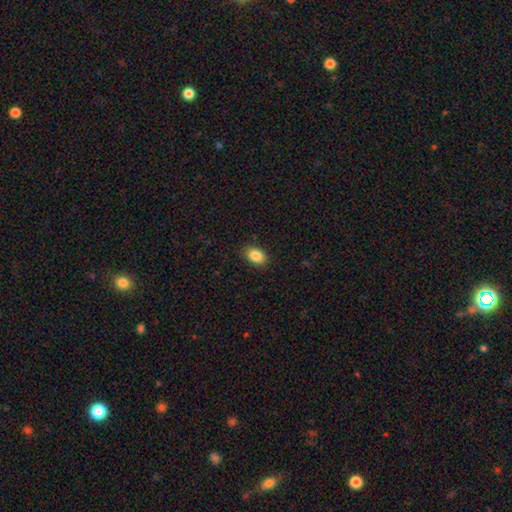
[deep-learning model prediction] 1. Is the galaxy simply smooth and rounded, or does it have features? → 87% smooth, 8% star or artifact, 5% featured or disk.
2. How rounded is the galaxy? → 86% in between, 13% round, 1% cigar-shaped.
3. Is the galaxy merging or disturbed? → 87% none, 9% minor disturbance, 2% major disturbance, 1% merger.